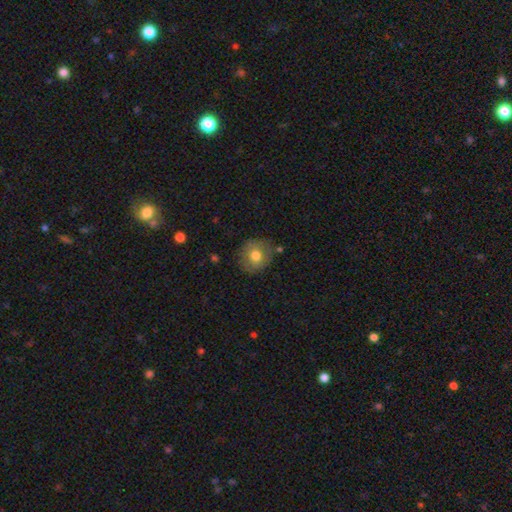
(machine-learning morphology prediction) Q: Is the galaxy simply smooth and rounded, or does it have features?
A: smooth — 73%.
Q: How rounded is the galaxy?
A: round — 88%.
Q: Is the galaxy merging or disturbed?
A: none — 83%.